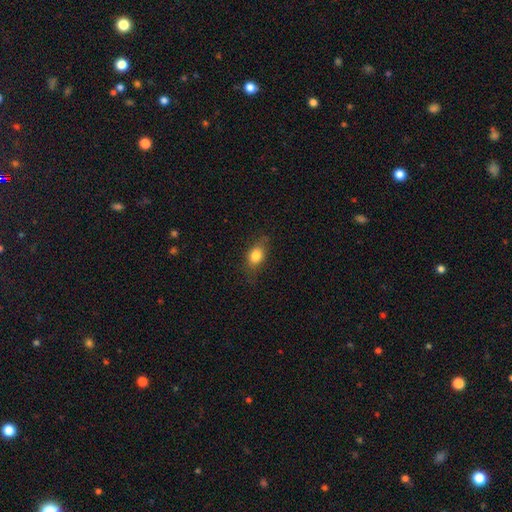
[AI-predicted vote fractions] This appears to be a smooth galaxy with no disk features (81%) that is in between round and cigar-shaped (72%). Merging: none (74%).